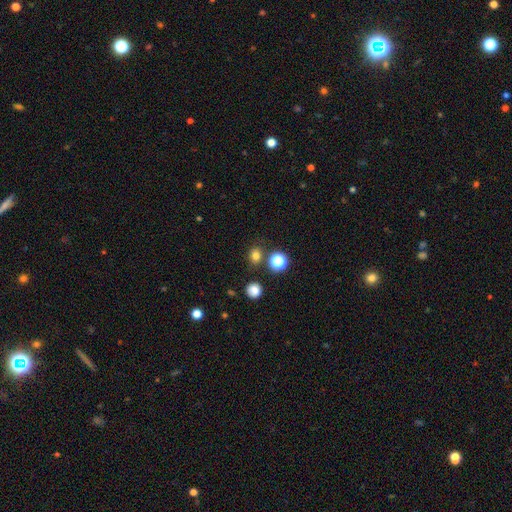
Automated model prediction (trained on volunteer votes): Smooth or featured: smooth — 75% (star or artifact — 19%)
How rounded: round — 65% (in between — 33%)
Merging: none — 79% (minor disturbance — 10%)